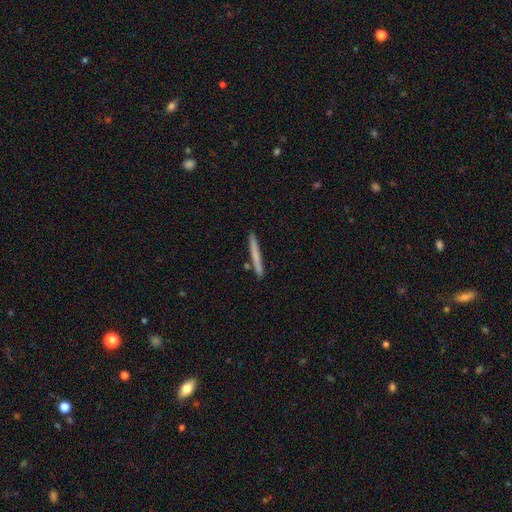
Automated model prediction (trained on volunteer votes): Smooth or featured: smooth — 63% (featured or disk — 31%)
How rounded: cigar-shaped — 97% (in between — 2%)
Merging: none — 90% (minor disturbance — 6%)